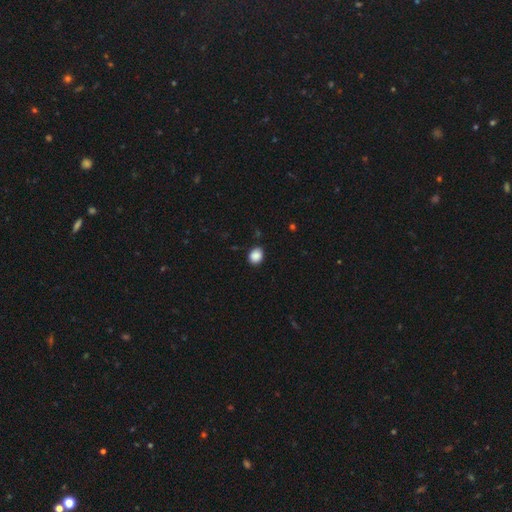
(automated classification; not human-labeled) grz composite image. It shows a smooth galaxy with no disk features (88%) that is round (58%). Merging: none (87%).